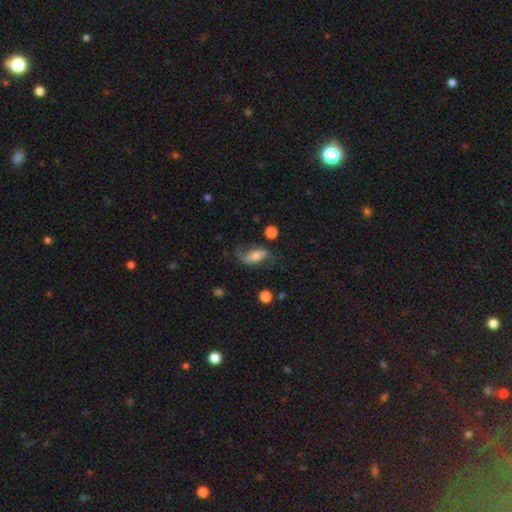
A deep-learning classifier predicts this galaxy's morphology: smooth_or_featured: featured or disk (p=0.51) [alt: smooth p=0.41]
disk_edge_on: no (p=0.89) [alt: yes p=0.11]
merging: none (p=0.57) [alt: minor disturbance p=0.24]